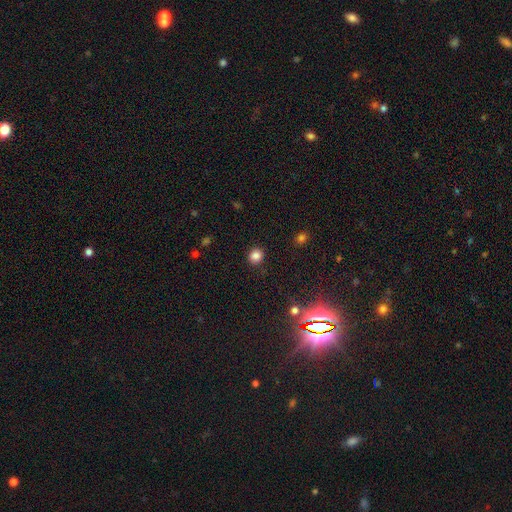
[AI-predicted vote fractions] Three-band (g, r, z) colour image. It shows a smooth galaxy with no disk features (83%) that is round (80%). Merging: none (90%).